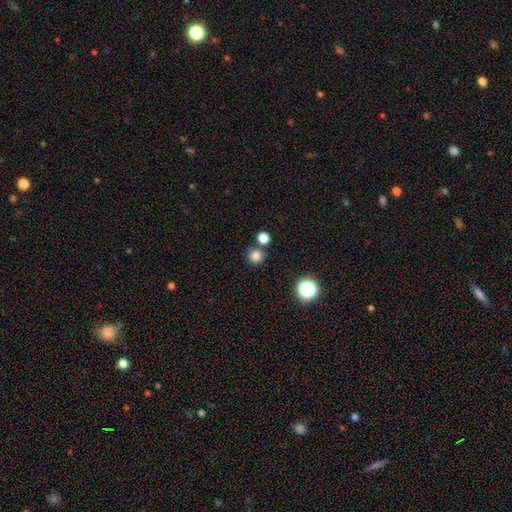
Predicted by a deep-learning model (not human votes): Overall: smooth (80%). How rounded: round (93%). Merging: none (78%).